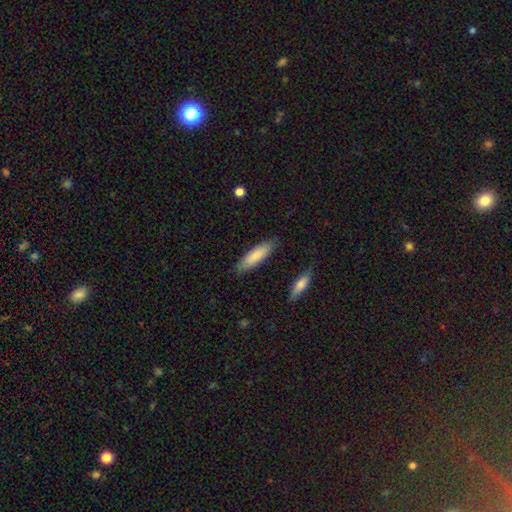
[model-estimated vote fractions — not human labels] Morphology: type=smooth (84%); roundness=cigar-shaped (55%); merging=none (85%).